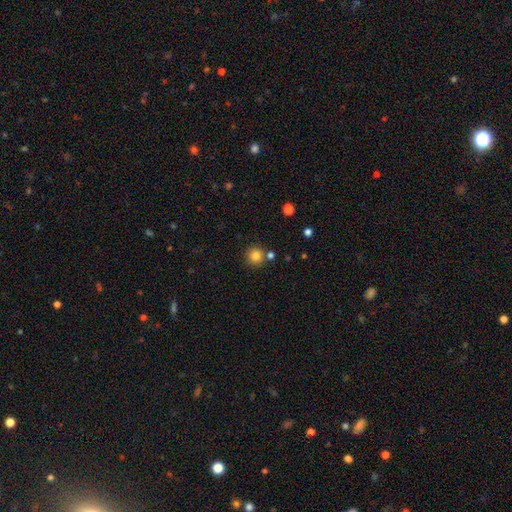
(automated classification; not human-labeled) Q: Smooth or featured?
A: smooth (83%); runner-up: star or artifact (11%)
Q: How rounded?
A: round (94%); runner-up: in between (5%)
Q: Merging?
A: none (81%); runner-up: merger (9%)